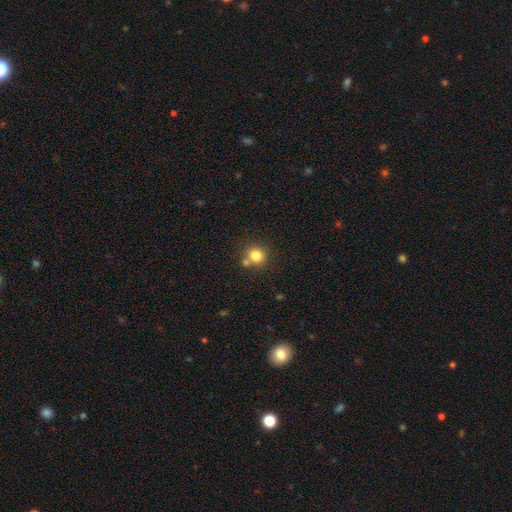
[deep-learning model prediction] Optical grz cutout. It shows a smooth galaxy with no disk features (81%) that is round (86%). Merging: none (66%).